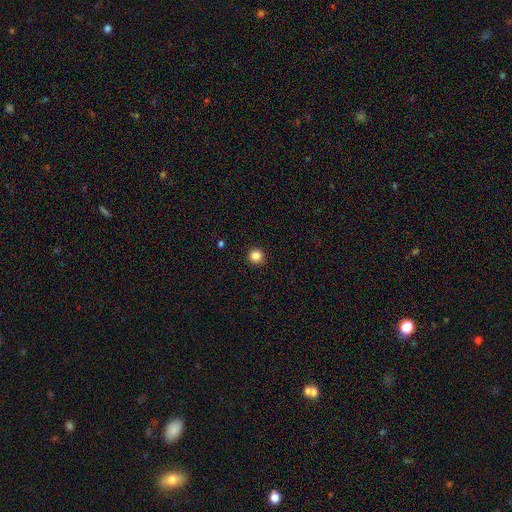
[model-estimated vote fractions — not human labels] A smooth galaxy with no disk features (85%) that is round (95%).

Vote fractions:
- Smooth or featured? smooth: 85% / star or artifact: 11% / featured or disk: 4%
- How rounded? round: 95% / in between: 4% / cigar-shaped: 1%
- Merging? none: 92% / minor disturbance: 5% / major disturbance: 2% / merger: 1%